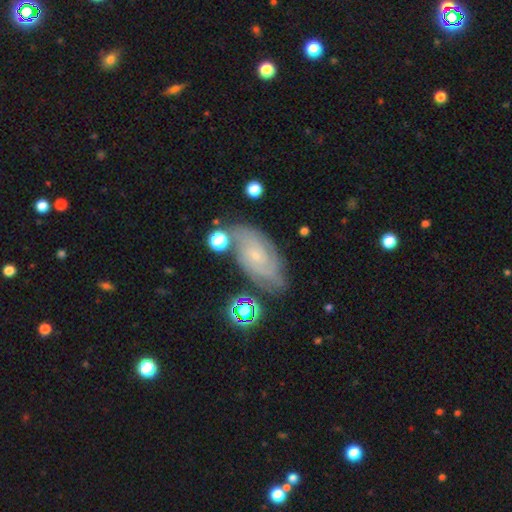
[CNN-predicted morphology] Smooth or featured: featured or disk — 67% (smooth — 22%)
Edge-on disk: no — 93% (yes — 7%)
Bar: no — 70% (weak — 25%)
Spiral arms: yes — 89% (no — 11%)
Spiral winding: tight — 59% (medium — 31%)
Spiral arm count: can't tell — 41% (2 — 33%)
Bulge size: small — 77% (moderate — 13%)
Merging: none — 69% (minor disturbance — 19%)